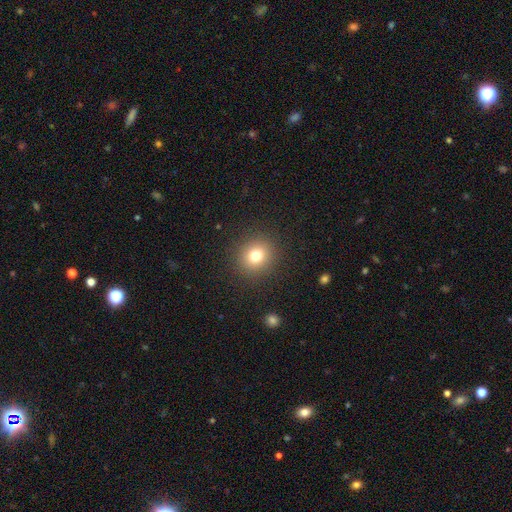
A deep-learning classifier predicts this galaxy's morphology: Smooth or featured: smooth — 77% (star or artifact — 14%)
How rounded: round — 86% (in between — 13%)
Merging: none — 90% (minor disturbance — 6%)